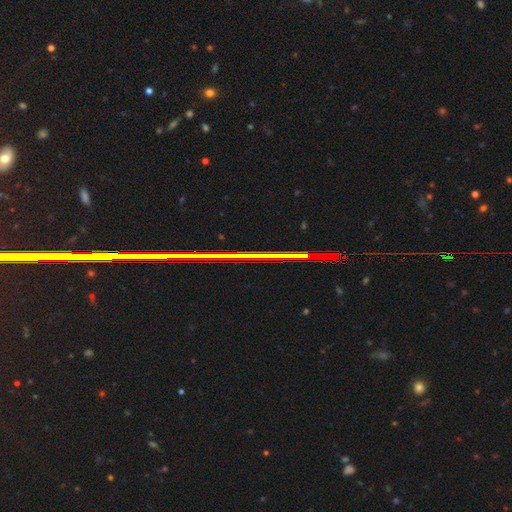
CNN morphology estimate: This is clearly a star or artifact rather than a galaxy (84%).